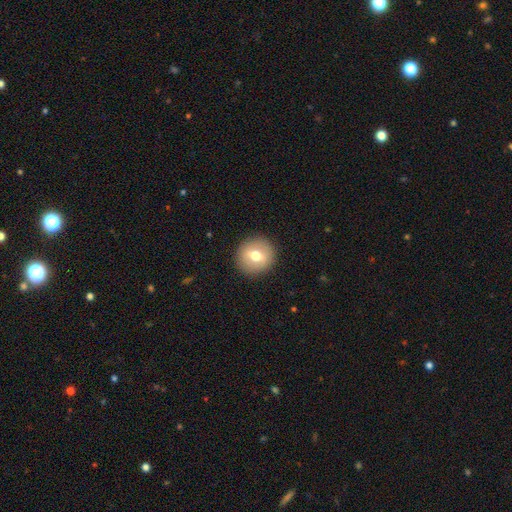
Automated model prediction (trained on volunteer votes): Smooth or featured: smooth — 69% (featured or disk — 22%)
How rounded: round — 93% (in between — 6%)
Merging: none — 91% (minor disturbance — 6%)